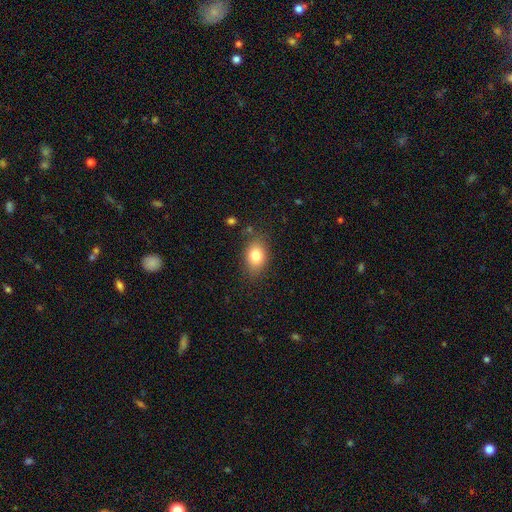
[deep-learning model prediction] Q: Smooth or featured?
A: smooth (81%); runner-up: featured or disk (10%)
Q: How rounded?
A: in between (77%); runner-up: round (21%)
Q: Merging?
A: none (81%); runner-up: minor disturbance (13%)